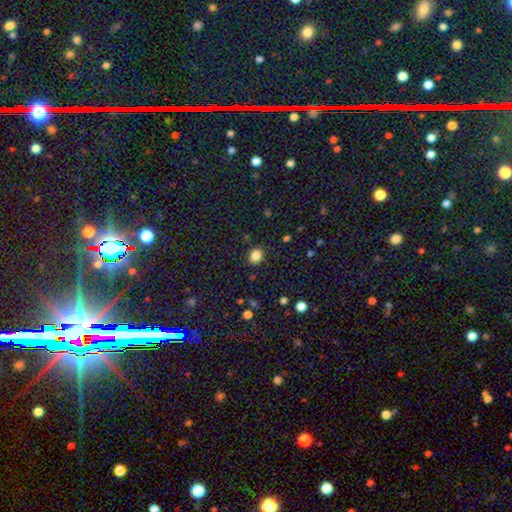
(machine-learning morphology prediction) A smooth galaxy with no disk features (84%) that is round (68%).

Vote fractions:
- Smooth or featured? smooth: 84% / star or artifact: 12% / featured or disk: 4%
- How rounded? round: 68% / in between: 31% / cigar-shaped: 1%
- Merging? none: 86% / minor disturbance: 10% / major disturbance: 3% / merger: 1%